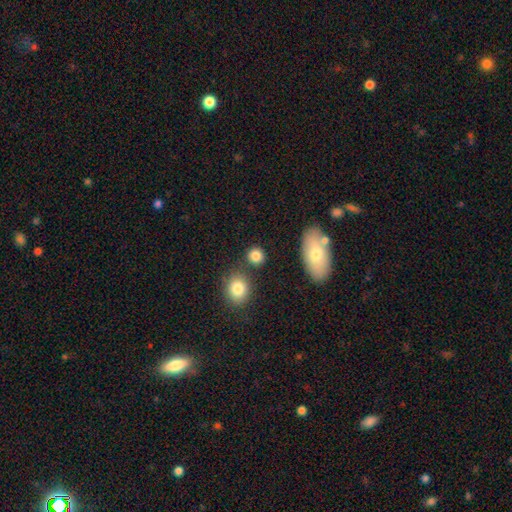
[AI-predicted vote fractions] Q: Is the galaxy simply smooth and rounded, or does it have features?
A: smooth — 85%.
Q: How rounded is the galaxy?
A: round — 82%.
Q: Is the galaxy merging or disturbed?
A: none — 78%.